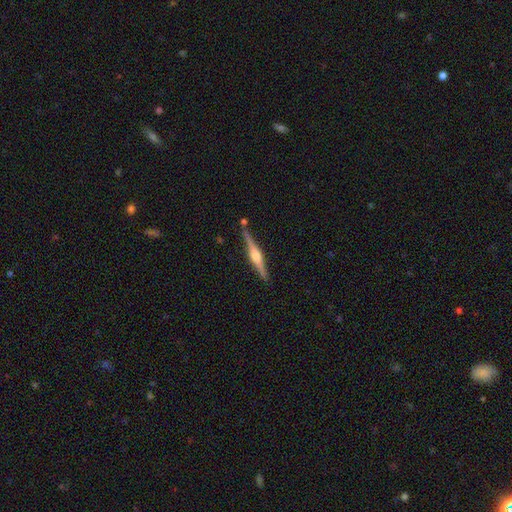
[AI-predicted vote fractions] smooth-or-featured: featured or disk: 80% | smooth: 15% | star or artifact: 5%
  disk-edge-on: yes: 98% | no: 2%
    edge-on-bulge: rounded: 88% | boxy: 9% | none: 3%
  merging: none: 86% | minor disturbance: 9% | merger: 3% | major disturbance: 2%